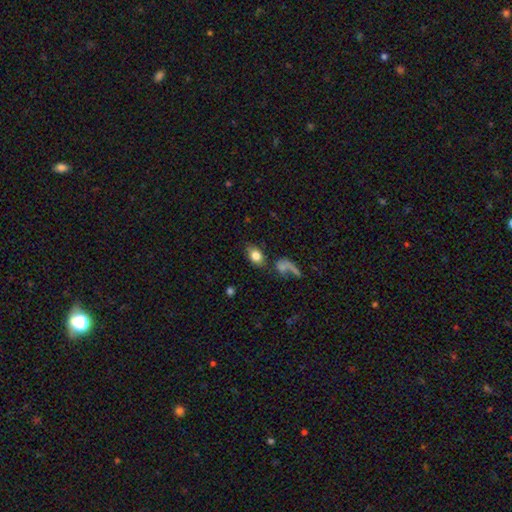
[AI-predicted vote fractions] smooth-or-featured: smooth: 79% | featured or disk: 12% | star or artifact: 8%
  how-rounded: in between: 78% | round: 19% | cigar-shaped: 3%
  merging: none: 62% | merger: 15% | minor disturbance: 14% | major disturbance: 9%